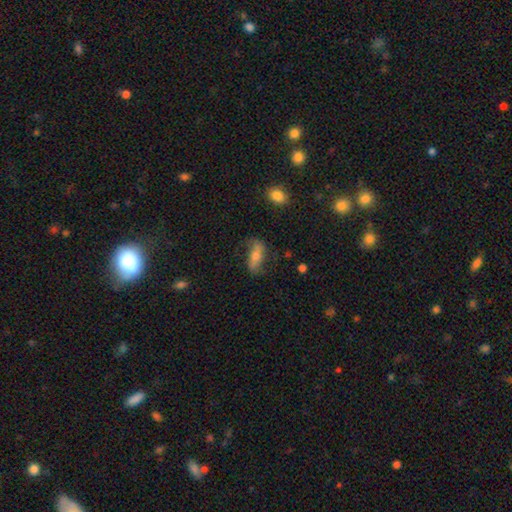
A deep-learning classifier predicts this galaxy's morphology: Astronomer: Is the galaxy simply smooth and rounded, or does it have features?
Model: smooth — 47% (runner-up: featured or disk, 44%).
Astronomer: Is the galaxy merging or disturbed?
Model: none — 69%.